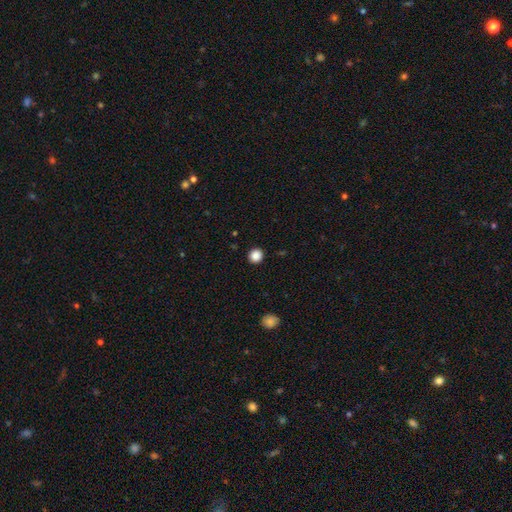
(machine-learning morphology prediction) This is clearly a smooth galaxy (87%). How rounded: clearly round (90%). Merging: clearly none (92%).